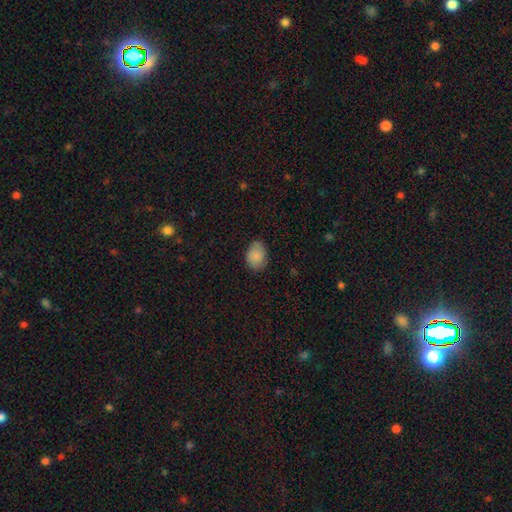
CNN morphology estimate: Q: Smooth or featured?
A: smooth (86%); runner-up: star or artifact (7%)
Q: How rounded?
A: in between (69%); runner-up: round (30%)
Q: Merging?
A: none (73%); runner-up: minor disturbance (22%)